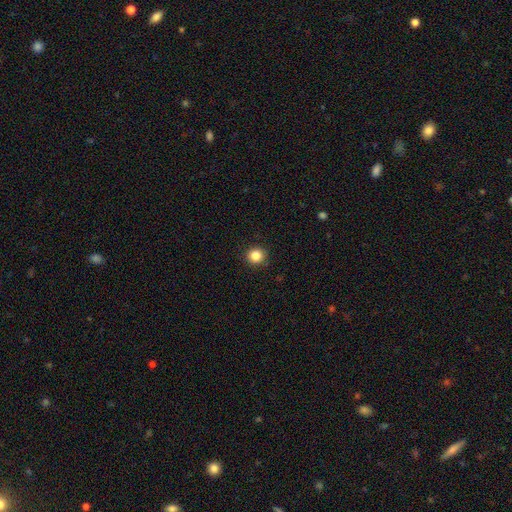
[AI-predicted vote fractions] This is clearly a smooth galaxy (85%). How rounded: clearly round (92%). Merging: clearly none (91%).